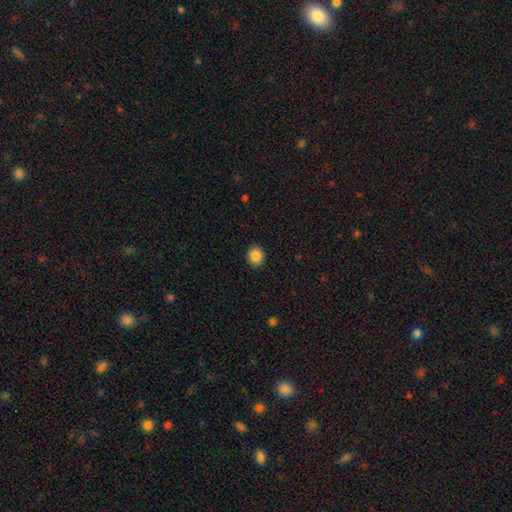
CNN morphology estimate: A smooth galaxy with no disk features (86%) that is round (72%).

Vote fractions:
- Smooth or featured? smooth: 86% / star or artifact: 9% / featured or disk: 5%
- How rounded? round: 72% / in between: 27% / cigar-shaped: 1%
- Merging? none: 90% / minor disturbance: 7% / major disturbance: 2% / merger: 1%